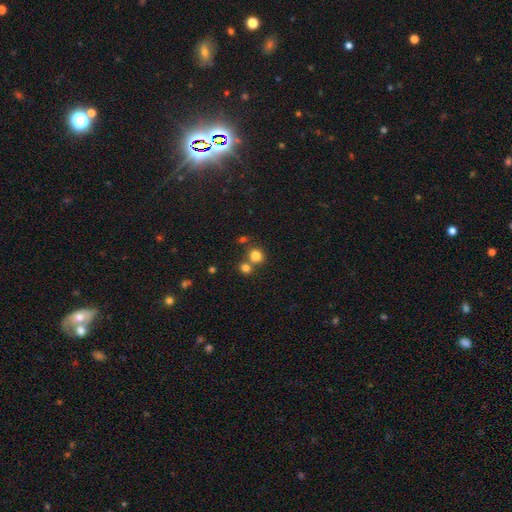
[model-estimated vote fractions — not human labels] smooth 80%, star or artifact 13%, featured or disk 7%. Down the decision tree: how rounded — round (81%); merging — none (56%).